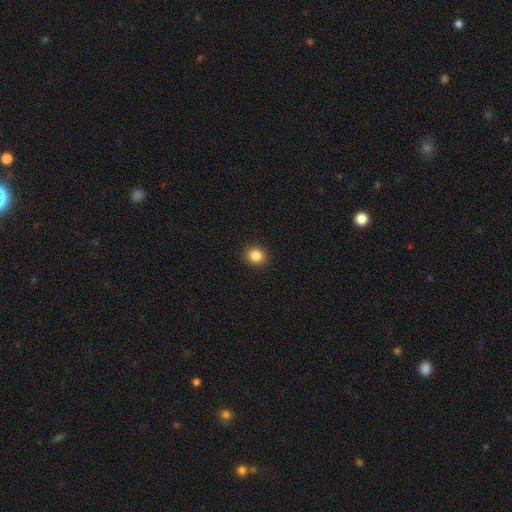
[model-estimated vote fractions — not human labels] smooth_or_featured: smooth (p=0.86) [alt: star or artifact p=0.10]
how_rounded: round (p=0.74) [alt: in between p=0.25]
merging: none (p=0.91) [alt: minor disturbance p=0.06]